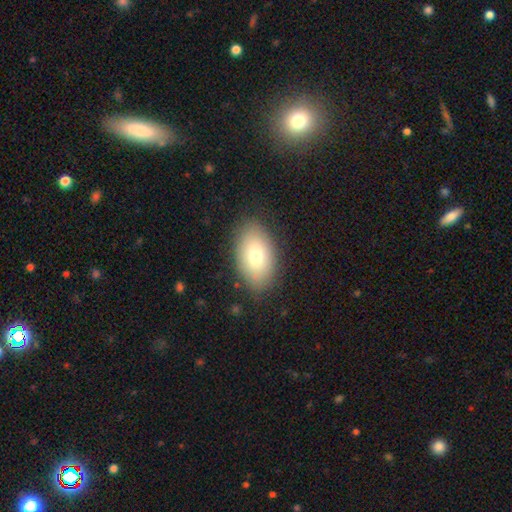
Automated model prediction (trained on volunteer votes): smooth_or_featured: smooth (p=0.75) [alt: featured or disk p=0.17]
how_rounded: in between (p=0.92) [alt: round p=0.06]
merging: none (p=0.86) [alt: minor disturbance p=0.10]